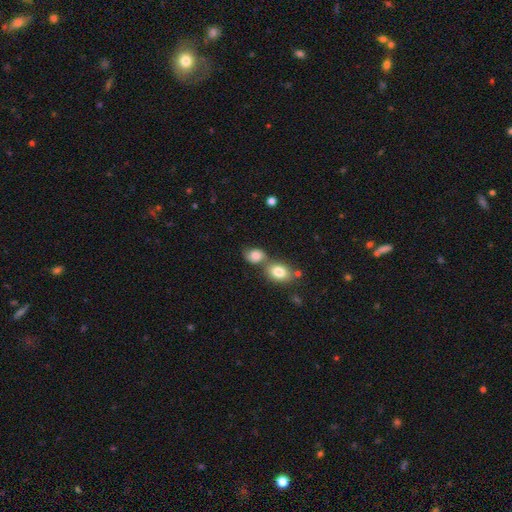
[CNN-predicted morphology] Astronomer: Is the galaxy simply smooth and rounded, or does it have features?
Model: smooth — 73%.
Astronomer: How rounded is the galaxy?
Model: in between — 56% (runner-up: round, 43%).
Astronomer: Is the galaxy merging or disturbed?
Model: merger — 40% (runner-up: none, 39%).